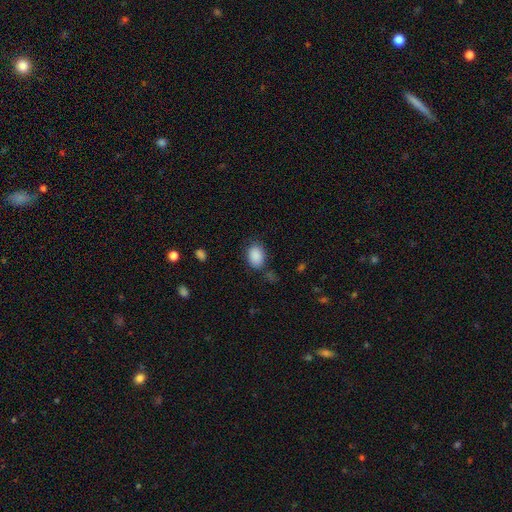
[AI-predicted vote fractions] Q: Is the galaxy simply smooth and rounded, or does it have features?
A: smooth — 89%.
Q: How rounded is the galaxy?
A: in between — 80%.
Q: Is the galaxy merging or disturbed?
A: none — 77%.